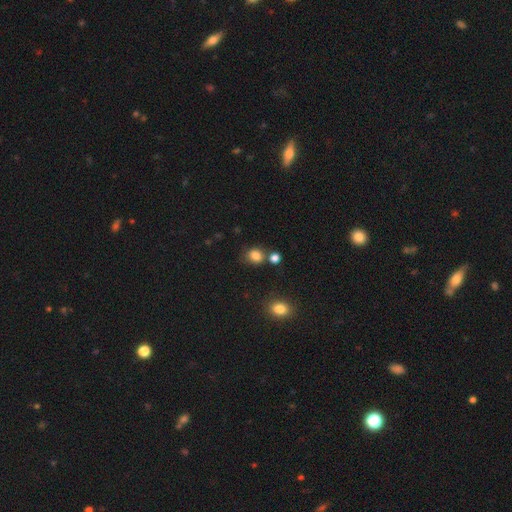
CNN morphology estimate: smooth 82%, star or artifact 12%, featured or disk 6%. Down the decision tree: how rounded — round (73%); merging — none (69%).